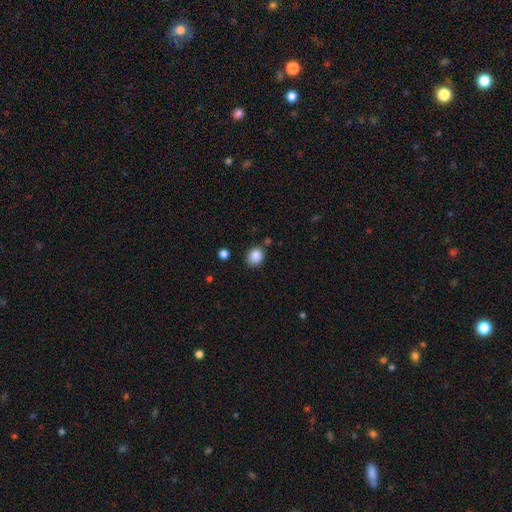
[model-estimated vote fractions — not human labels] This is clearly a smooth galaxy (87%). How rounded: likely round (65%). Merging: likely none (77%).